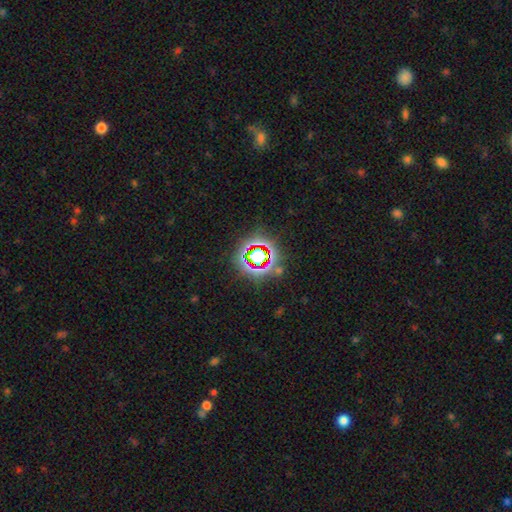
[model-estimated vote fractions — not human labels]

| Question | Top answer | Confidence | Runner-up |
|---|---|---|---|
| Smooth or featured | star or artifact | 69% | smooth (20%) |